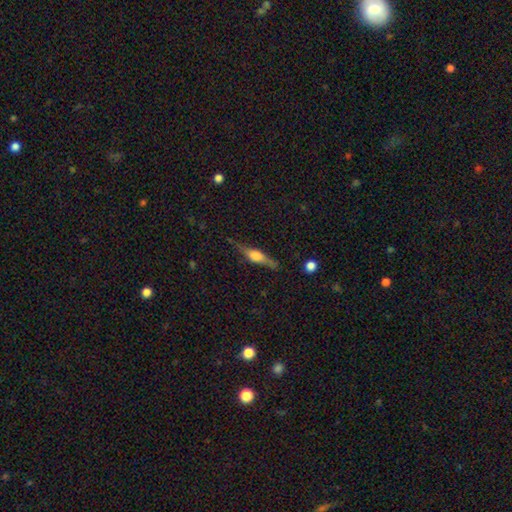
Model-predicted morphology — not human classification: This is likely a featured or disk galaxy (63%). It is clearly viewed edge-on (95%). Edge-on bulge: clearly rounded (84%). Merging: likely none (78%).